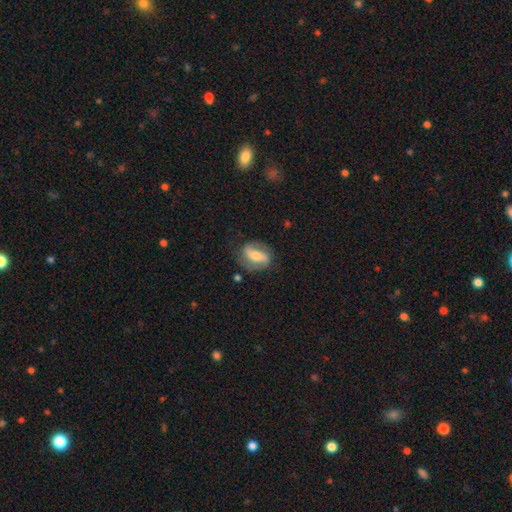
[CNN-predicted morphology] A featured or disk galaxy (64%) with a strong bar (45%), 2 (84%) medium (41%) spiral arms (85%) and a moderate central bulge (53%).

Vote fractions:
- Smooth or featured? featured or disk: 64% / smooth: 30% / star or artifact: 7%
- Edge-on disk? no: 94% / yes: 6%
- Bar? strong: 45% / weak: 30% / no: 25%
- Spiral arms? yes: 85% / no: 15%
- Spiral winding? medium: 41% / loose: 34% / tight: 25%
- Spiral arm count? 2: 84% / can't tell: 7% / 1: 5% / 3: 1% / 4: 1% / more than 4: 1%
- Bulge size? moderate: 53% / small: 35% / large: 8% / none: 3% / dominant: 2%
- Merging? none: 72% / minor disturbance: 18% / major disturbance: 8% / merger: 2%